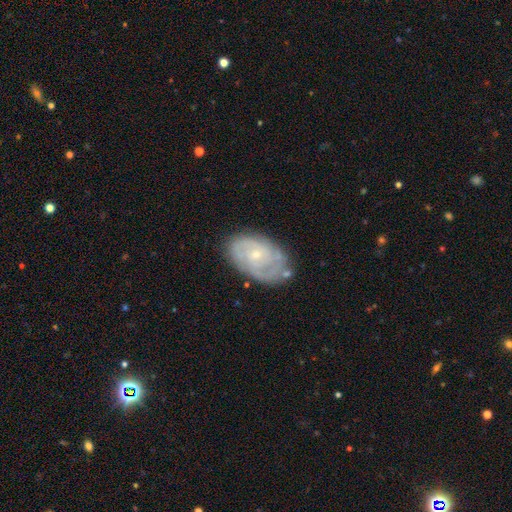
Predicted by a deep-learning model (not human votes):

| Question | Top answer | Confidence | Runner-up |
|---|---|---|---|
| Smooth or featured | featured or disk | 64% | smooth (26%) |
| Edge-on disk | no | 95% | yes (5%) |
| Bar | no | 73% | weak (24%) |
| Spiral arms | yes | 79% | no (21%) |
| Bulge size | small | 73% | moderate (22%) |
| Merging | none | 71% | minor disturbance (21%) |